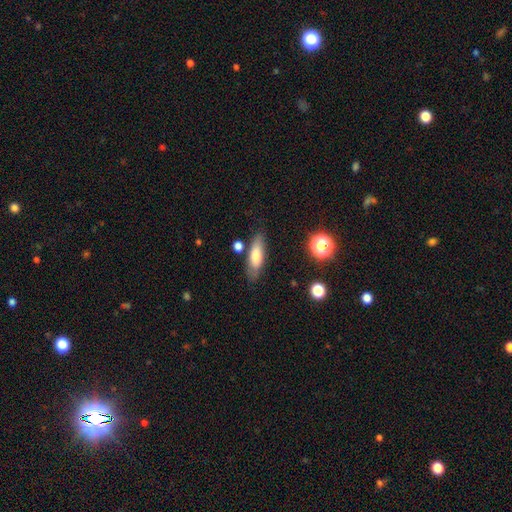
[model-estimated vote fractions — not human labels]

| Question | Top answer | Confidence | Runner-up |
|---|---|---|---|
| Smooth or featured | smooth | 72% | featured or disk (20%) |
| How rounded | in between | 52% | cigar-shaped (45%) |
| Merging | none | 77% | minor disturbance (15%) |